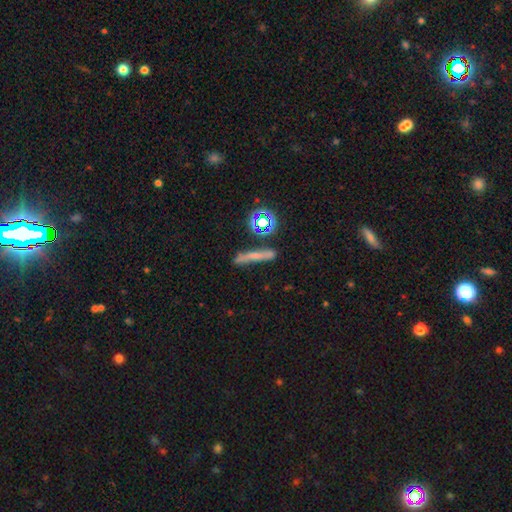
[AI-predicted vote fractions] This appears to be a smooth galaxy with no disk features (49%). Merging: none (68%).